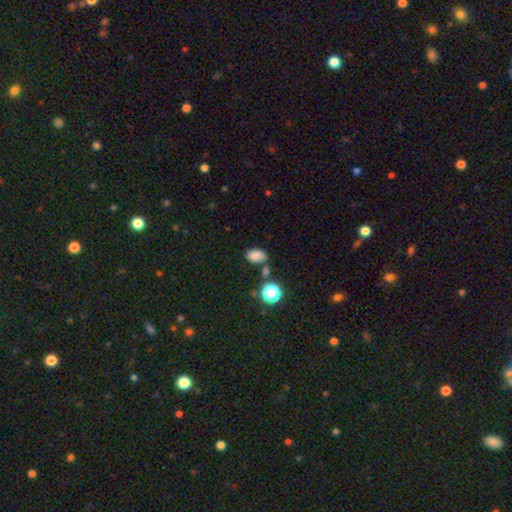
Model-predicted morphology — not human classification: Smooth or featured? smooth (81%)
How rounded? in between (84%)
Merging? none (69%)